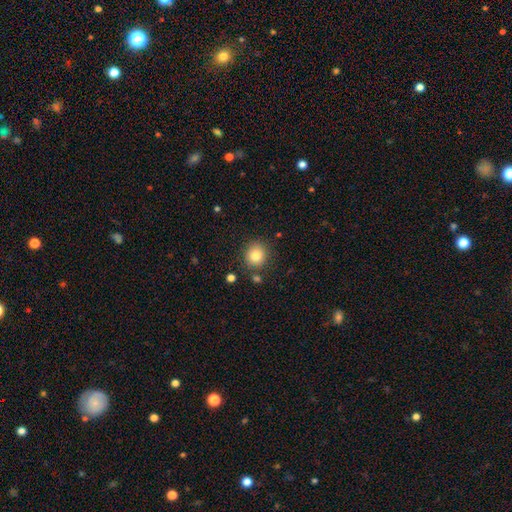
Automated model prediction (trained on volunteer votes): Smooth or featured?
  - smooth: 81% *
  - star or artifact: 11%
  - featured or disk: 8%
How rounded?
  - round: 84% *
  - in between: 15%
  - cigar-shaped: 1%
Merging?
  - none: 83% *
  - minor disturbance: 9%
  - merger: 5%
  - major disturbance: 3%